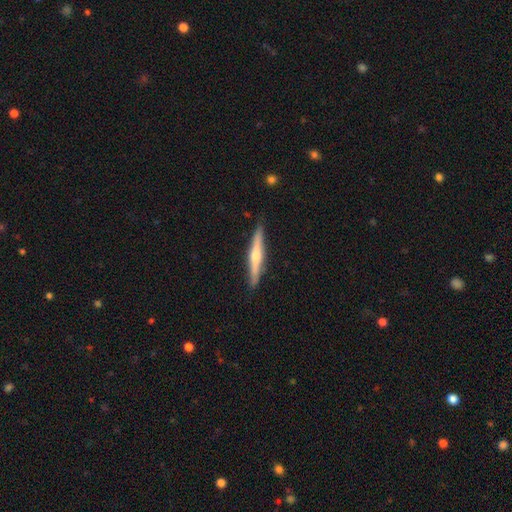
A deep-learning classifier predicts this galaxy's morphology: Q: Smooth or featured?
A: featured or disk (63%); runner-up: smooth (31%)
Q: Edge-on disk?
A: yes (97%); runner-up: no (3%)
Q: Edge-on bulge?
A: rounded (82%); runner-up: none (12%)
Q: Merging?
A: none (89%); runner-up: minor disturbance (8%)